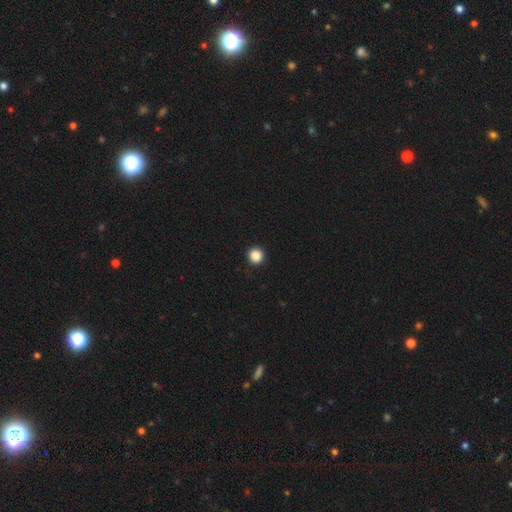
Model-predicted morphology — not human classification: The model was most divided on "smooth or featured": smooth: 87%, star or artifact: 11%, featured or disk: 3%. More confident: how rounded — round (94%); merging — none (93%).